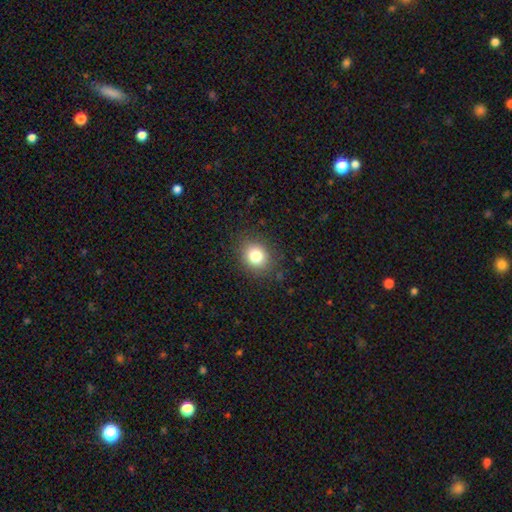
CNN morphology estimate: type=smooth (81%); roundness=round (67%); merging=none (87%).